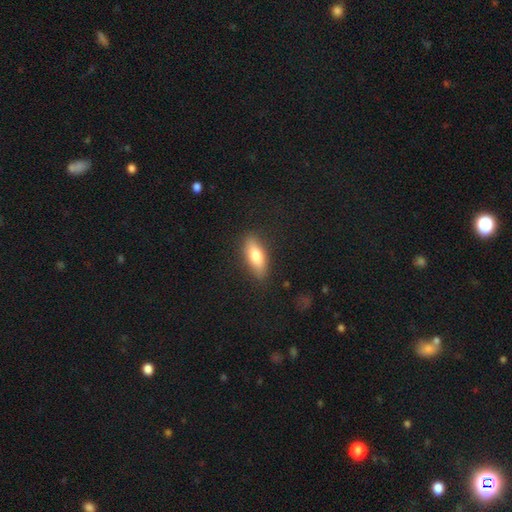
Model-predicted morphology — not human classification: This appears to be a smooth galaxy with no disk features (73%) that is in between round and cigar-shaped (66%). Merging: none (84%).